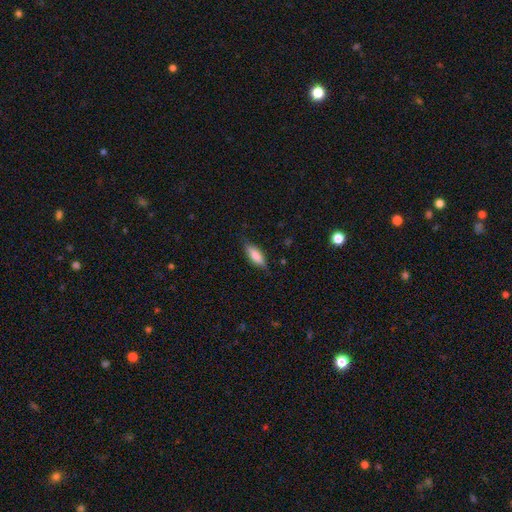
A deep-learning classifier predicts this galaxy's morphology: Smooth or featured? smooth (80%)
How rounded? in between (65%)
Merging? none (79%)